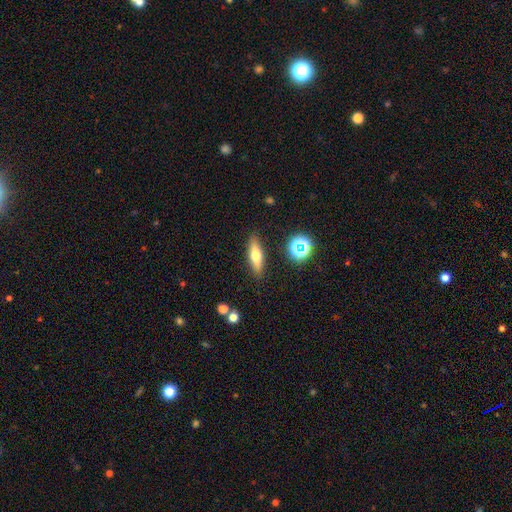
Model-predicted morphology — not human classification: This is possibly a smooth galaxy (56%). How rounded: possibly cigar-shaped (56%). Merging: clearly none (87%).